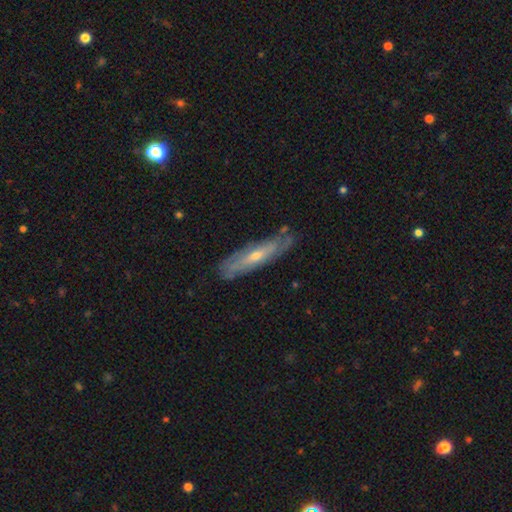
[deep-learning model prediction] Smooth or featured?
  - featured or disk: 67% *
  - smooth: 27%
  - star or artifact: 7%
Edge-on disk?
  - yes: 54% *
  - no: 46%
Merging?
  - none: 77% *
  - minor disturbance: 17%
  - major disturbance: 4%
  - merger: 2%